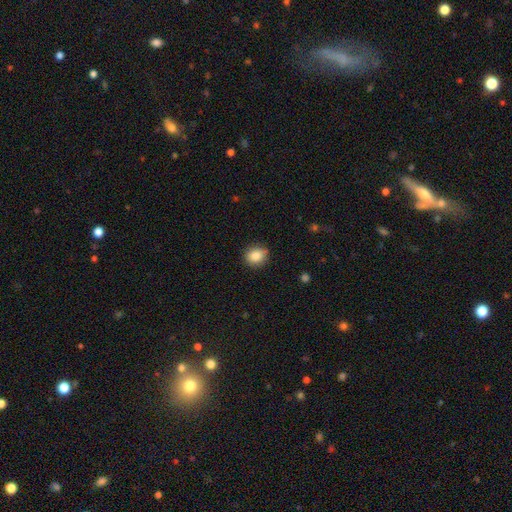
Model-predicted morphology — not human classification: type=smooth (86%); roundness=round (69%); merging=none (82%).